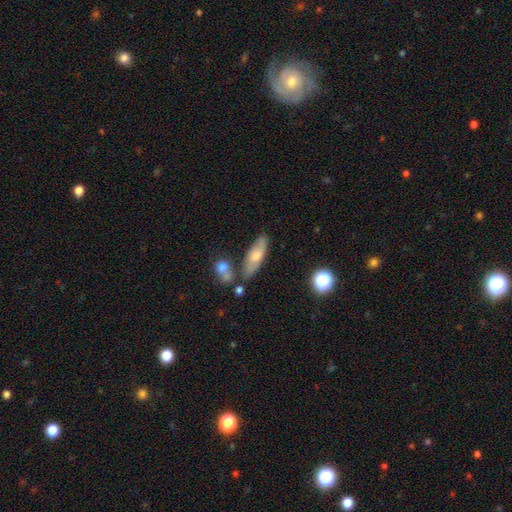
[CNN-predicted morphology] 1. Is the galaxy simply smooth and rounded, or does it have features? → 57% smooth, 35% featured or disk, 8% star or artifact.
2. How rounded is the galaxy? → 50% in between, 47% cigar-shaped, 3% round.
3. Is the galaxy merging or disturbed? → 71% none, 14% minor disturbance, 11% merger, 4% major disturbance.